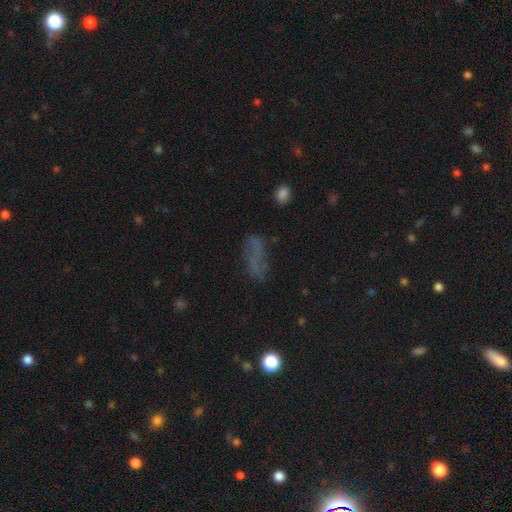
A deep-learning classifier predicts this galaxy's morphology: Q: Smooth or featured?
A: smooth (49%); runner-up: featured or disk (26%)
Q: Merging?
A: none (57%); runner-up: minor disturbance (21%)